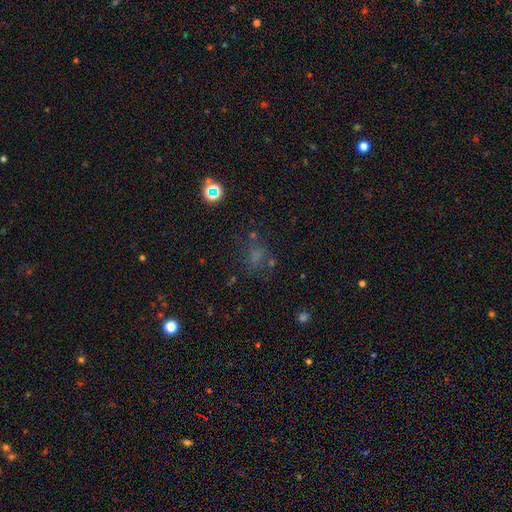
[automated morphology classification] The model was most divided on "smooth or featured": smooth: 49%, star or artifact: 34%, featured or disk: 17%. More confident: merging — none (59%).